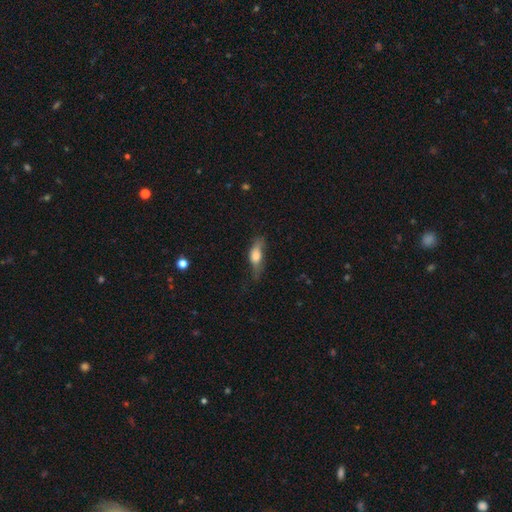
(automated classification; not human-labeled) Smooth or featured? smooth (66%)
How rounded? in between (64%)
Merging? none (46%)